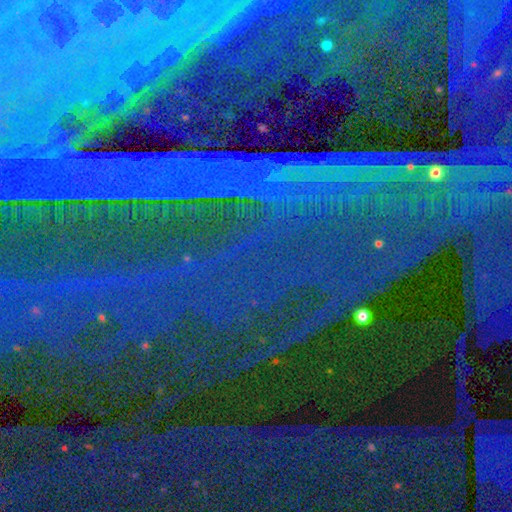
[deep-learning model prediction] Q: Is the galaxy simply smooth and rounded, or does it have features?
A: star or artifact — 87%.